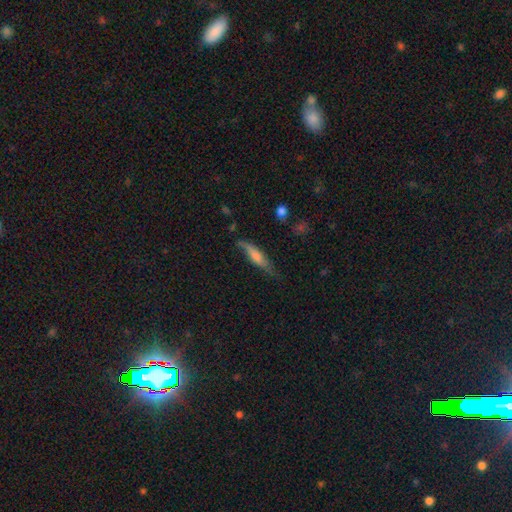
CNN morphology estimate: This is likely a smooth galaxy (61%). How rounded: likely cigar-shaped (74%). Merging: possibly none (54%).